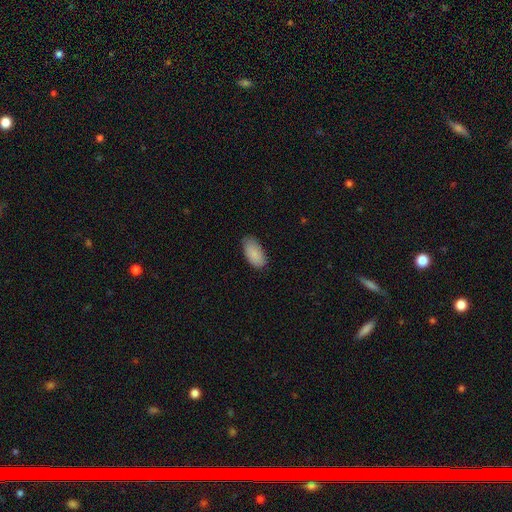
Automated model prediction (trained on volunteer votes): smooth-or-featured: smooth: 87% | featured or disk: 7% | star or artifact: 6%
  how-rounded: in between: 95% | cigar-shaped: 3% | round: 2%
  merging: none: 80% | minor disturbance: 16% | major disturbance: 3% | merger: 1%